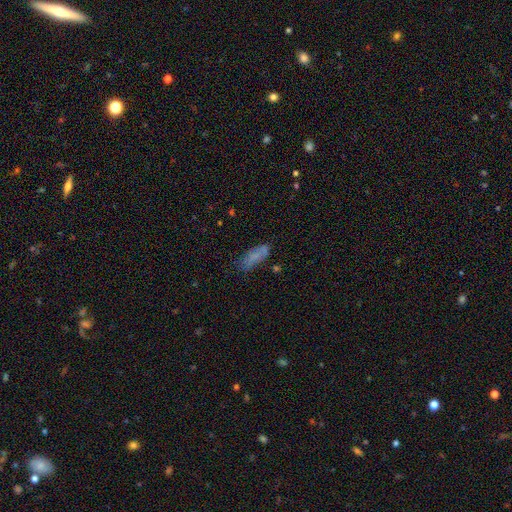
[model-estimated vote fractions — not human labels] The model was most divided on "how rounded": in between: 63%, cigar-shaped: 35%, round: 3%. More confident: smooth or featured — smooth (70%); merging — none (64%).